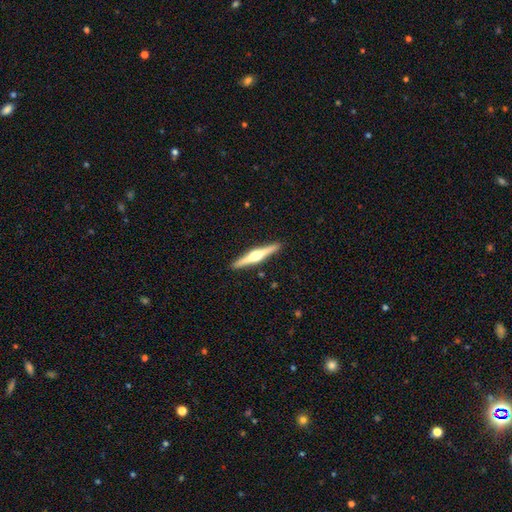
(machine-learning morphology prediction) A featured or disk galaxy (75%) viewed edge-on (98%) with a rounded central bulge (94%). Merging: none (92%).